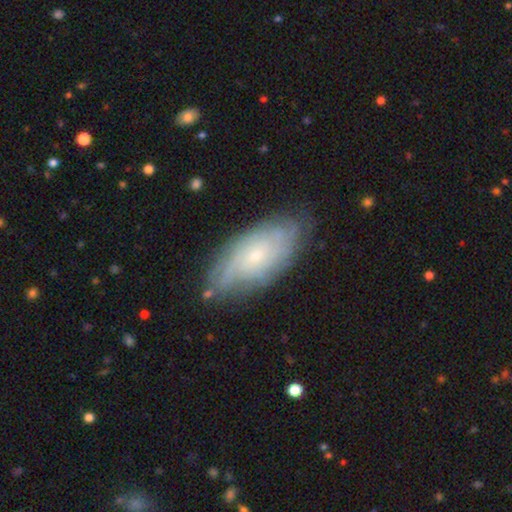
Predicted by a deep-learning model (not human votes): This appears to be a featured or disk galaxy (69%) with no bar (78%), tight (69%) spiral arms (88%) and a small central bulge (78%). Merging: none (77%).